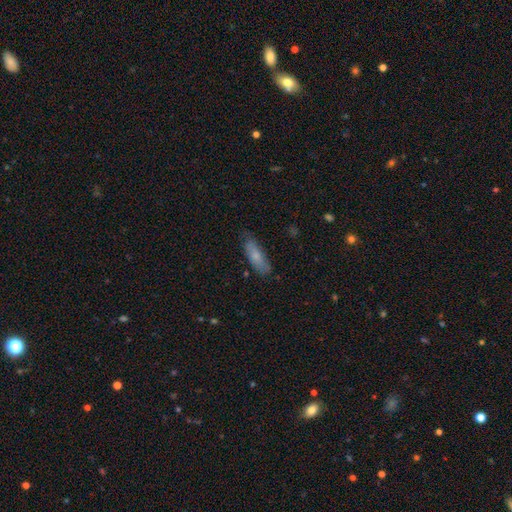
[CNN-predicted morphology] Smooth or featured?
  - smooth: 74% *
  - featured or disk: 19%
  - star or artifact: 6%
How rounded?
  - cigar-shaped: 51% *
  - in between: 47%
  - round: 2%
Merging?
  - none: 77% *
  - minor disturbance: 18%
  - major disturbance: 4%
  - merger: 1%